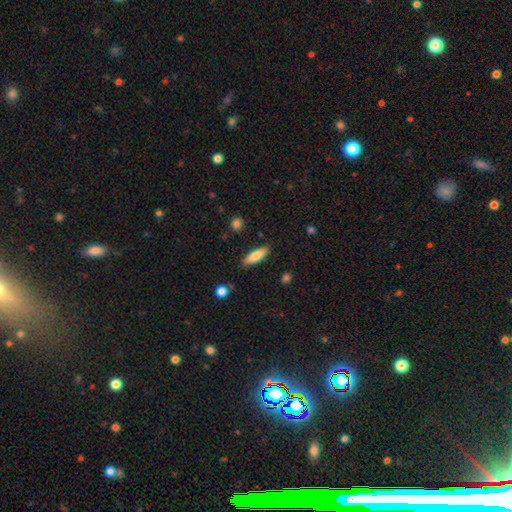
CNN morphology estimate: type=smooth (77%); roundness=cigar-shaped (57%); merging=none (86%).